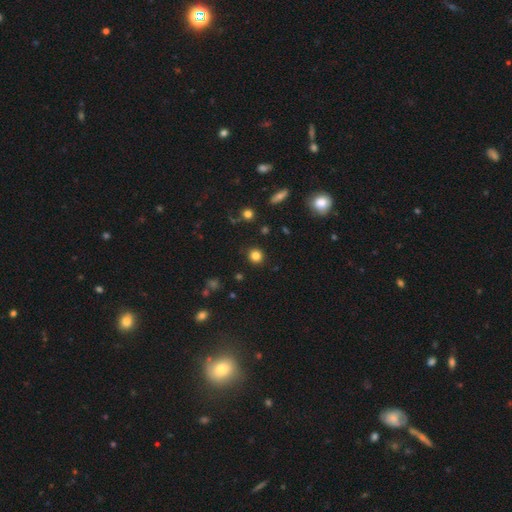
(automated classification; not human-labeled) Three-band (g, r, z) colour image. It shows a smooth galaxy with no disk features (82%) that is round (91%). Merging: none (90%).